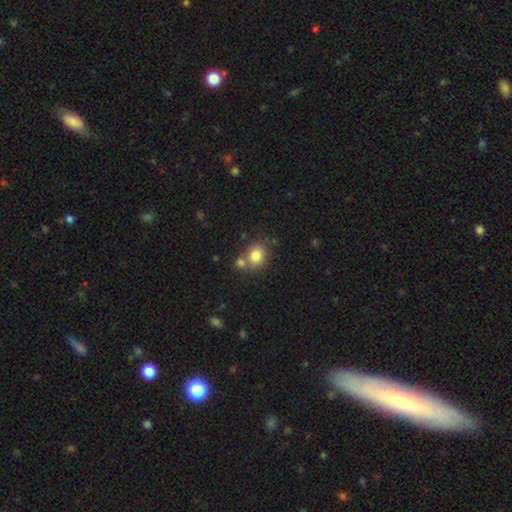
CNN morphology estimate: type=smooth (82%); roundness=round (66%); merging=none (60%).